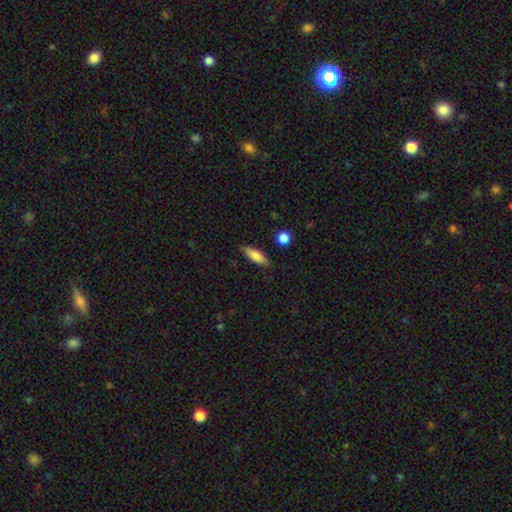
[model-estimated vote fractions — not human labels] Smooth or featured: smooth — 77% (featured or disk — 16%)
How rounded: cigar-shaped — 51% (in between — 47%)
Merging: none — 84% (minor disturbance — 12%)